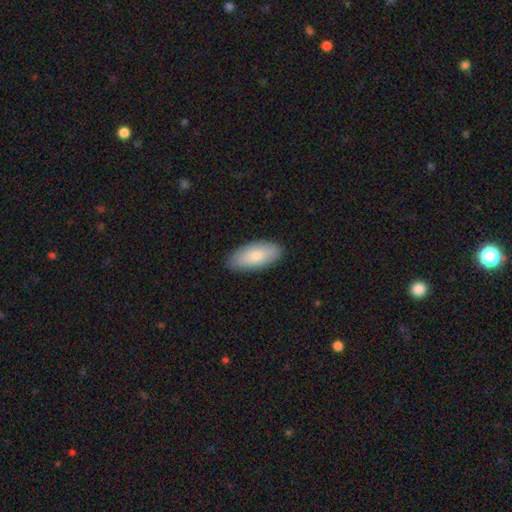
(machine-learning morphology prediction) This appears to be a smooth galaxy with no disk features (80%) that is in between round and cigar-shaped (89%). Merging: none (87%).